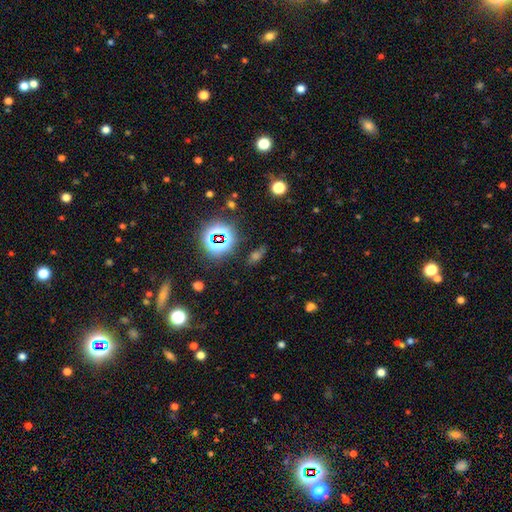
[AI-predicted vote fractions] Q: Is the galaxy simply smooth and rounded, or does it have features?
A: star or artifact — 54%.